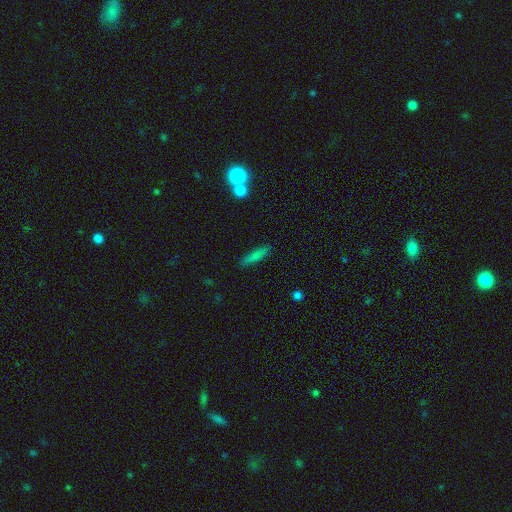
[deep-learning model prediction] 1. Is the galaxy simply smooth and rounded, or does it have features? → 72% smooth, 19% featured or disk, 9% star or artifact.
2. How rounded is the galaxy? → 81% cigar-shaped, 17% in between, 2% round.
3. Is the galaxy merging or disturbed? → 87% none, 9% minor disturbance, 2% major disturbance, 2% merger.